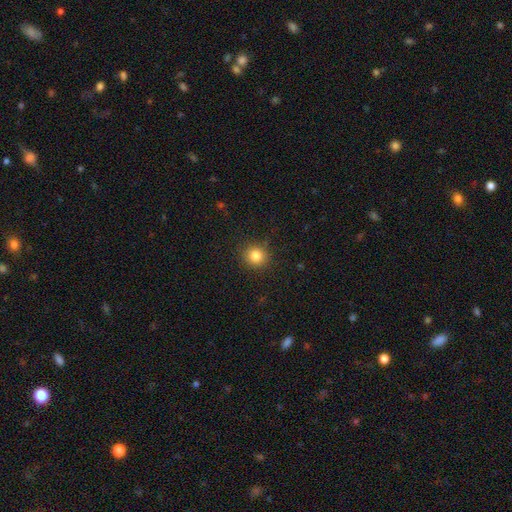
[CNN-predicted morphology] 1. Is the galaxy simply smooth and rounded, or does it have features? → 83% smooth, 11% star or artifact, 6% featured or disk.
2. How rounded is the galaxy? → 92% round, 7% in between, 1% cigar-shaped.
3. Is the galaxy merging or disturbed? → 90% none, 7% minor disturbance, 2% major disturbance, 1% merger.